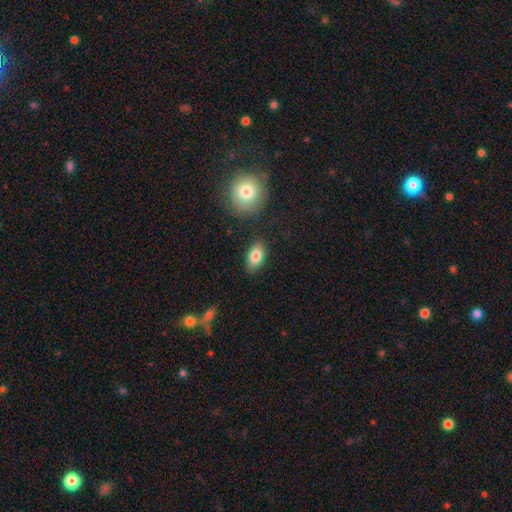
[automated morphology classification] smooth_or_featured: smooth (p=0.82) [alt: featured or disk p=0.11]
how_rounded: in between (p=0.90) [alt: round p=0.07]
merging: none (p=0.83) [alt: minor disturbance p=0.12]